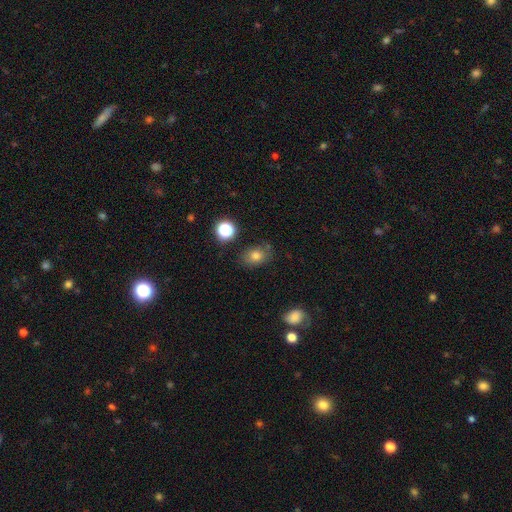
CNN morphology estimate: A smooth galaxy with no disk features (75%) that is in between round and cigar-shaped (65%).

Vote fractions:
- Smooth or featured? smooth: 75% / star or artifact: 14% / featured or disk: 11%
- How rounded? in between: 65% / round: 33% / cigar-shaped: 1%
- Merging? none: 74% / minor disturbance: 17% / major disturbance: 4% / merger: 4%